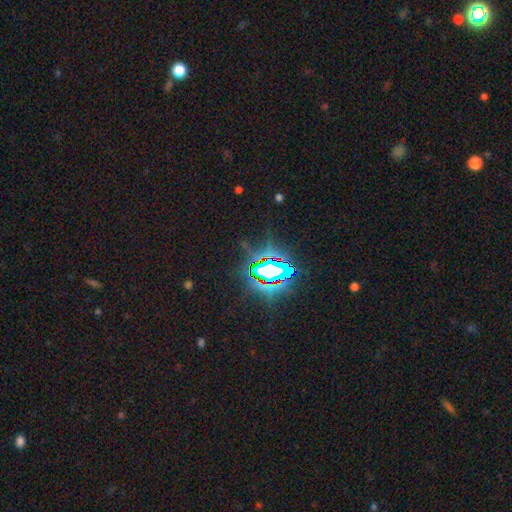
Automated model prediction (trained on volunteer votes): star or artifact 83%, smooth 10%, featured or disk 7%.